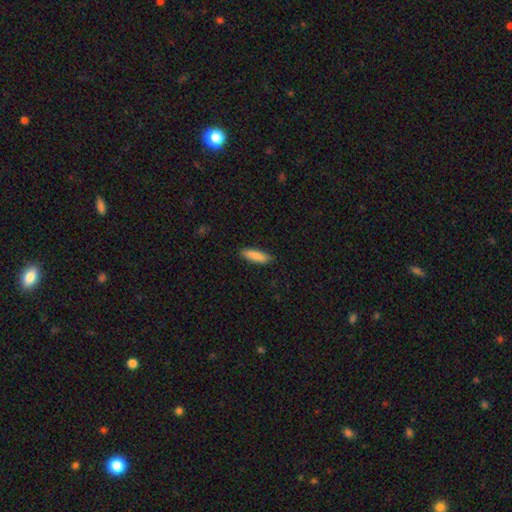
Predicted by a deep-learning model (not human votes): Morphology: type=smooth (87%); roundness=cigar-shaped (62%); merging=none (87%).